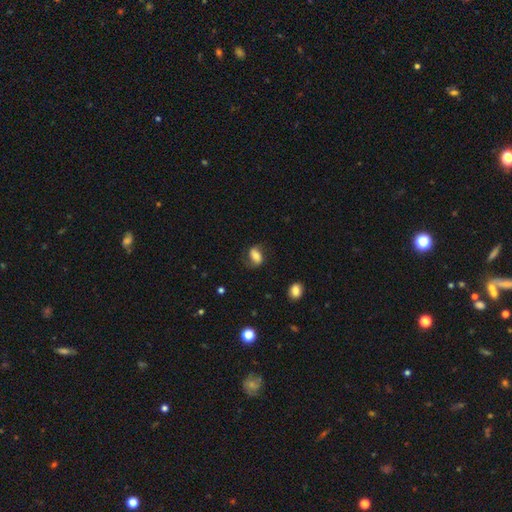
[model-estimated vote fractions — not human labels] This appears to be a smooth galaxy with no disk features (57%) that is in between round and cigar-shaped (80%). Merging: none (65%).